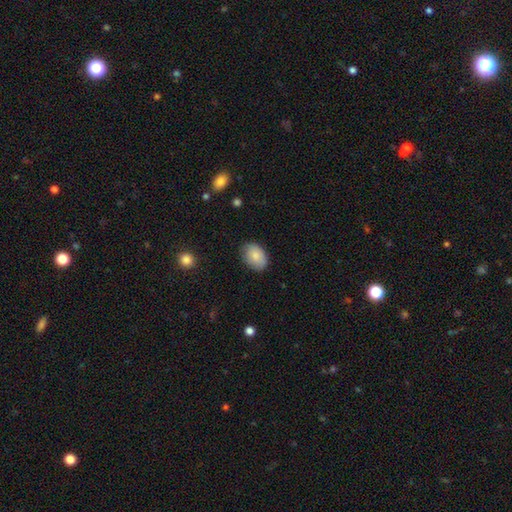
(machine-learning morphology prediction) The model was most divided on "merging": none: 81%, minor disturbance: 16%, major disturbance: 3%, merger: 1%. More confident: smooth or featured — smooth (85%); how rounded — in between (82%).